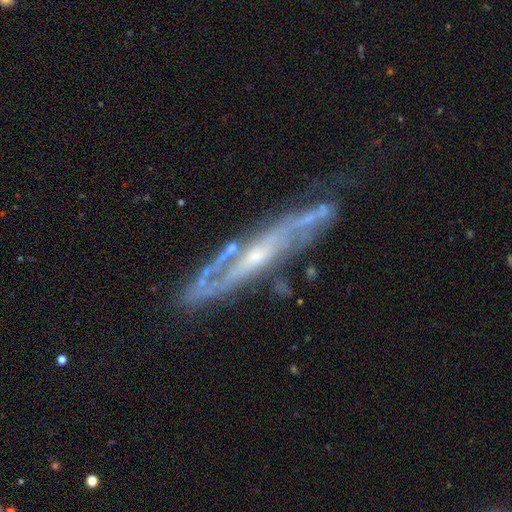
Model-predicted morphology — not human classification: Smooth or featured: featured or disk — 85% (smooth — 8%)
Edge-on disk: no — 60% (yes — 40%)
Bar: no — 39% (weak — 37%)
Spiral arms: yes — 92% (no — 8%)
Bulge size: small — 68% (moderate — 26%)
Merging: none — 68% (minor disturbance — 21%)